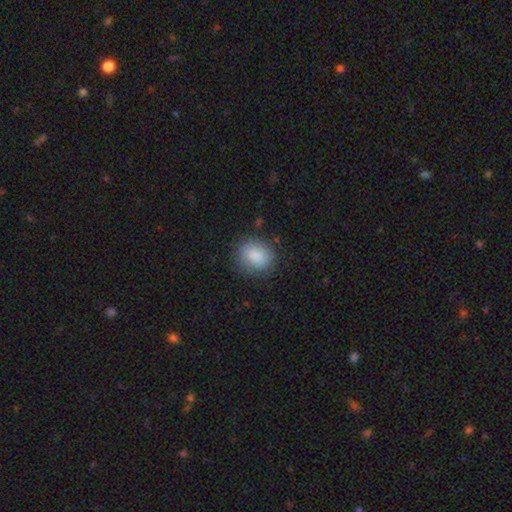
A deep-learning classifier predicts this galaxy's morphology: Q: Smooth or featured?
A: smooth (87%); runner-up: star or artifact (7%)
Q: How rounded?
A: round (64%); runner-up: in between (35%)
Q: Merging?
A: none (81%); runner-up: minor disturbance (13%)